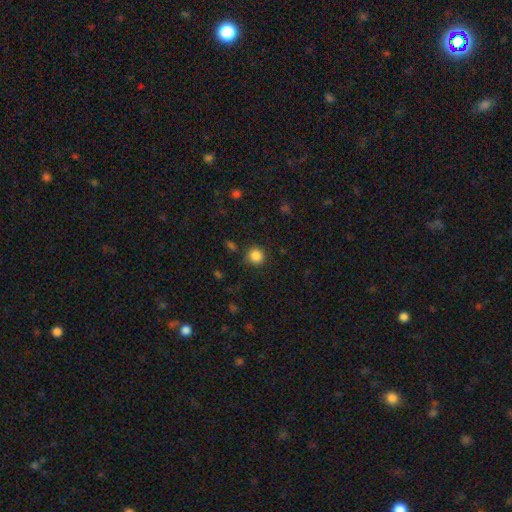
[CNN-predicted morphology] Smooth or featured?
  - smooth: 86% *
  - star or artifact: 11%
  - featured or disk: 4%
How rounded?
  - round: 92% *
  - in between: 7%
  - cigar-shaped: 1%
Merging?
  - none: 85% *
  - minor disturbance: 10%
  - major disturbance: 3%
  - merger: 2%